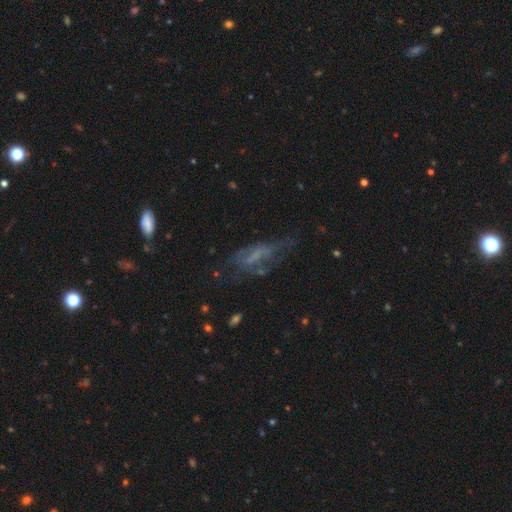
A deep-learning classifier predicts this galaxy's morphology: Smooth or featured?
  - featured or disk: 51% *
  - smooth: 30%
  - star or artifact: 19%
Edge-on disk?
  - no: 84% *
  - yes: 16%
Merging?
  - none: 40% *
  - major disturbance: 32%
  - minor disturbance: 23%
  - merger: 5%